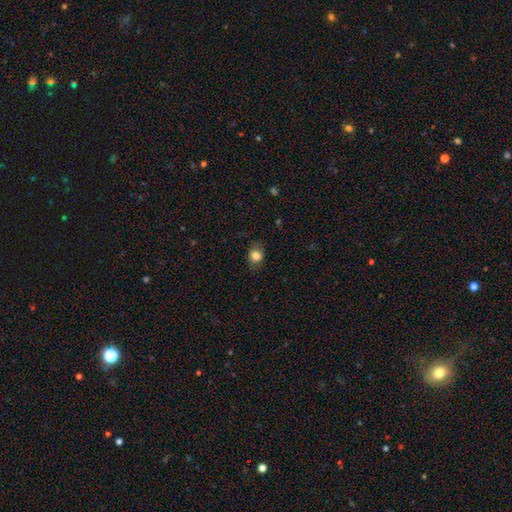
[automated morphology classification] The model was most divided on "how rounded": round: 59%, in between: 40%, cigar-shaped: 1%. More confident: smooth or featured — smooth (81%); merging — none (78%).